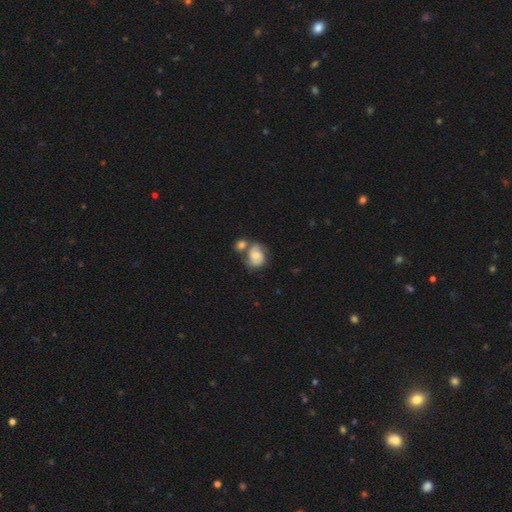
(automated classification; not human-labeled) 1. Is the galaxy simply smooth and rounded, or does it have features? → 51% featured or disk, 41% smooth, 8% star or artifact.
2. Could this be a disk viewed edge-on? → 97% no, 3% yes.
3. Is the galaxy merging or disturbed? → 40% none, 35% merger, 17% minor disturbance, 8% major disturbance.